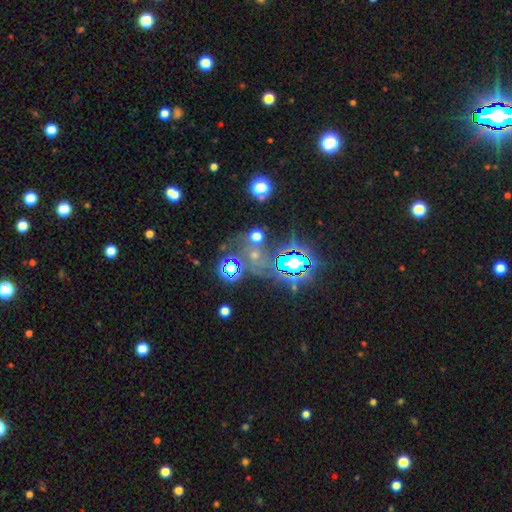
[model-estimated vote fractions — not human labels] This appears to be a star or artifact, not a galaxy (54%).